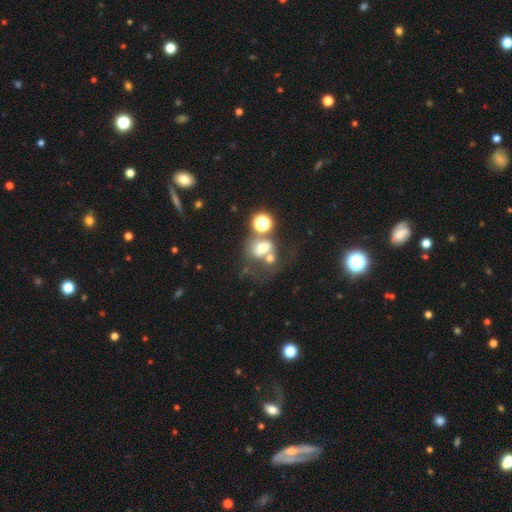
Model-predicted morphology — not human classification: A star or artifact, not a galaxy (47%).

Vote fractions:
- Smooth or featured? star or artifact: 47% / smooth: 31% / featured or disk: 22%